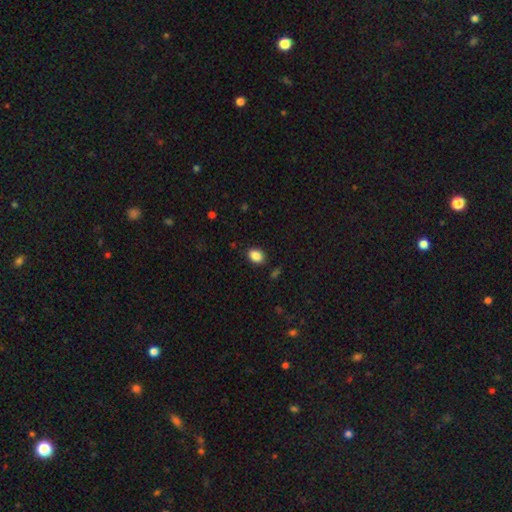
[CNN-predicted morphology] Smooth or featured? Predicted: smooth (p=0.88). How rounded? Predicted: in between (p=0.67). Merging? Predicted: none (p=0.86).